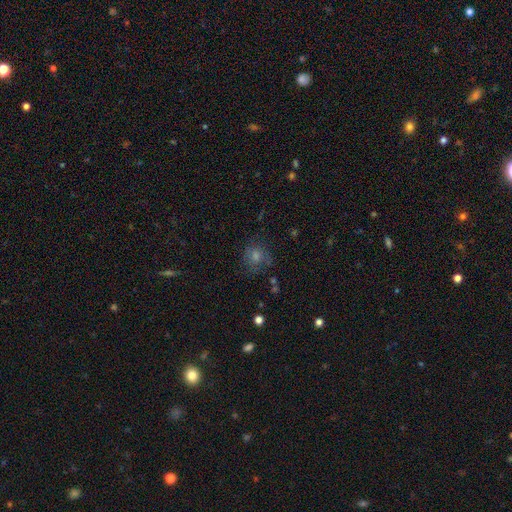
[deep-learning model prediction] Smooth or featured? Predicted: smooth (p=0.44). Merging? Predicted: none (p=0.73).